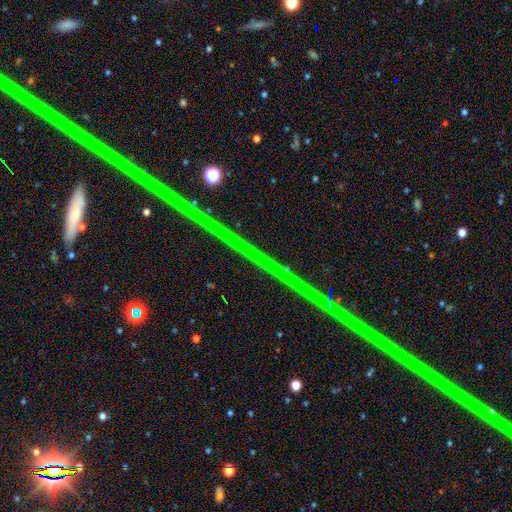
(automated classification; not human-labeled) star or artifact 88%, featured or disk 7%, smooth 5%.